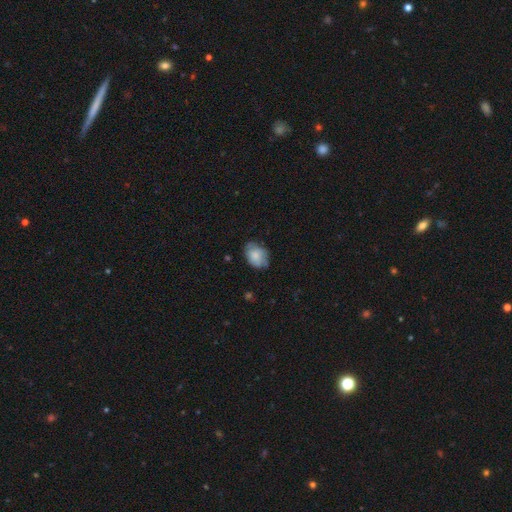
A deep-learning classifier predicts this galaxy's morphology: Smooth or featured? Predicted: smooth (p=0.77). How rounded? Predicted: in between (p=0.77). Merging? Predicted: none (p=0.65).